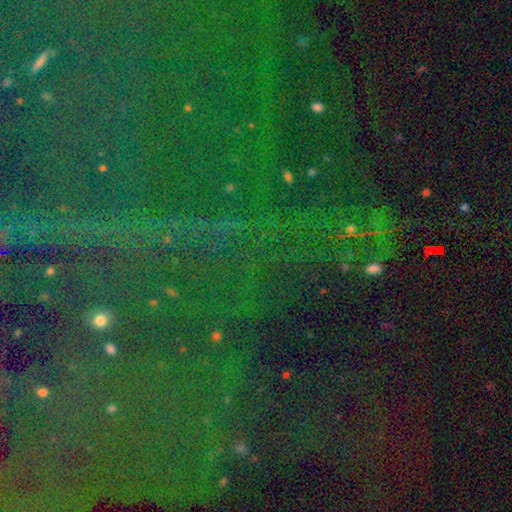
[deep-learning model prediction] A star or artifact, not a galaxy (86%).